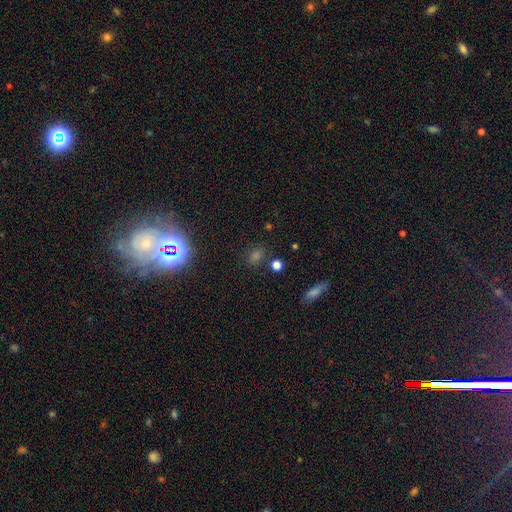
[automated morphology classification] smooth-or-featured: star or artifact: 47% | smooth: 45% | featured or disk: 8%